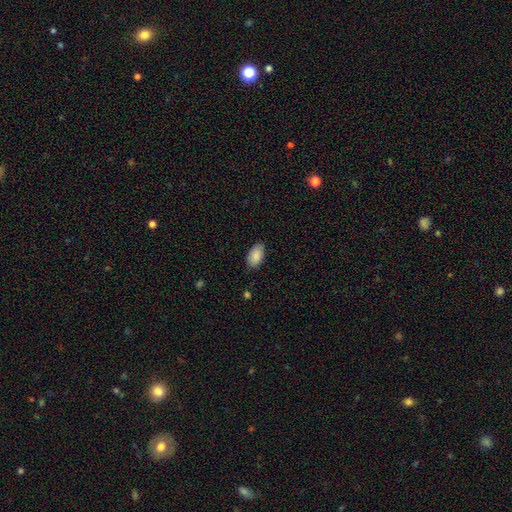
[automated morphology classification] The model was most divided on "merging": none: 82%, minor disturbance: 14%, major disturbance: 3%, merger: 1%. More confident: how rounded — in between (94%); smooth or featured — smooth (88%).